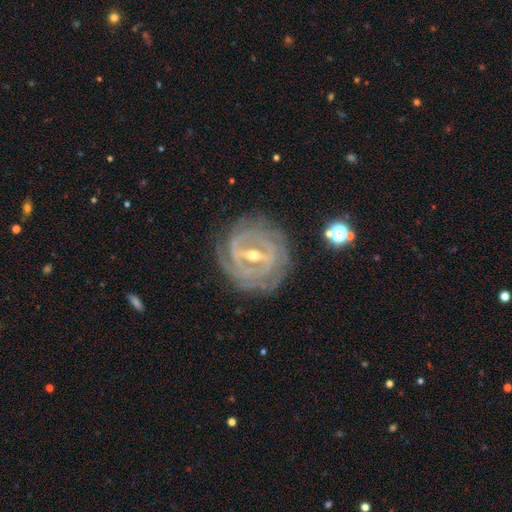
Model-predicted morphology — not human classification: This is clearly a featured or disk galaxy (88%). It is clearly not viewed edge-on (93%). Bar: likely strong (65%). Spiral arm pattern: clearly yes (94%). Spiral arm count: marginally can't tell (31%). Spiral winding: clearly tight (82%). Central bulge: possibly moderate (51%). Merging: clearly none (81%).